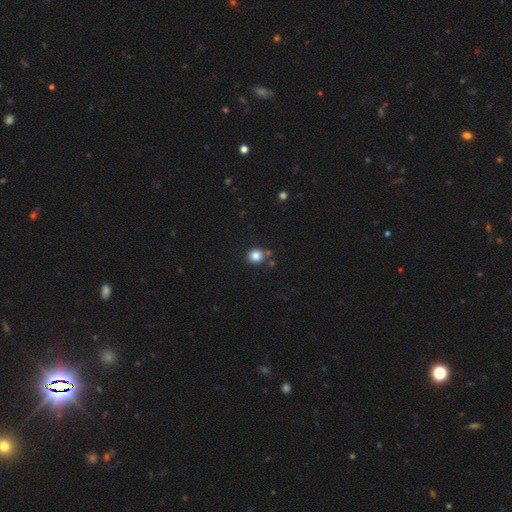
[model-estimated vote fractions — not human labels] Overall: smooth (84%). How rounded: round (91%). Merging: none (82%).